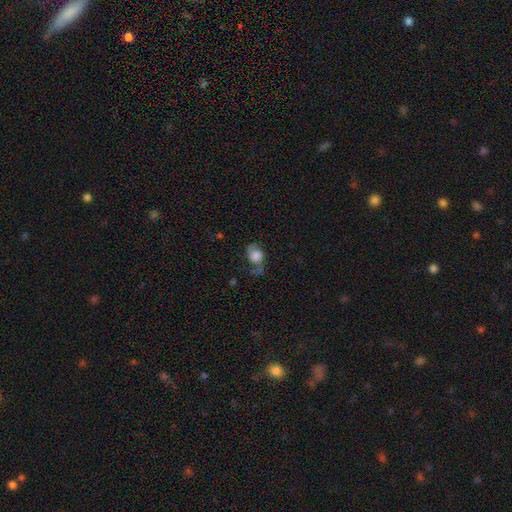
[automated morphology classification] type=smooth (47%); merging=none (45%).